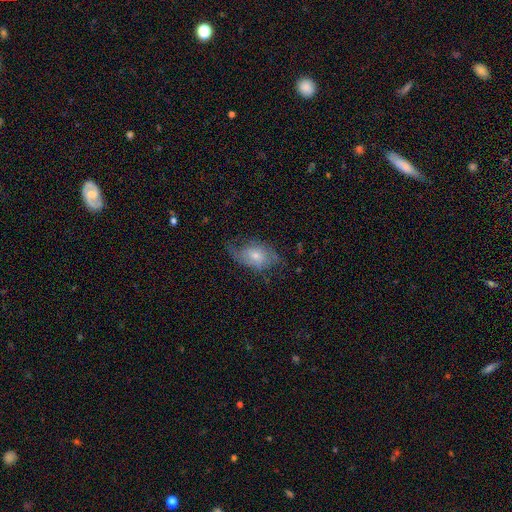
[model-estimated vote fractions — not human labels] Q: Smooth or featured?
A: featured or disk (49%); runner-up: smooth (43%)
Q: Merging?
A: none (51%); runner-up: minor disturbance (28%)